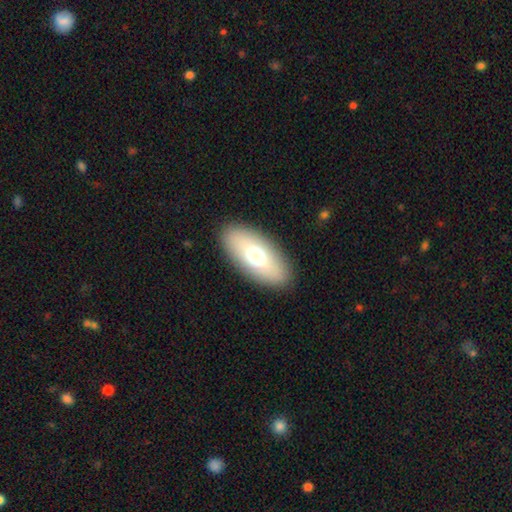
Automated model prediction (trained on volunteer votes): A smooth galaxy with no disk features (68%) that is in between round and cigar-shaped (88%). Merging: none (89%).